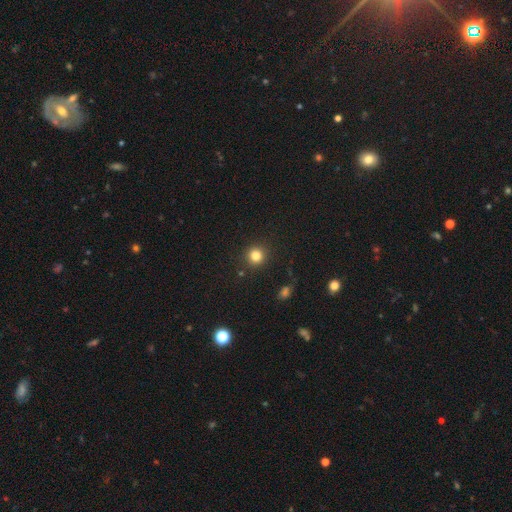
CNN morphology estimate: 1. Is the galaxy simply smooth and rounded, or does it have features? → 81% smooth, 13% star or artifact, 5% featured or disk.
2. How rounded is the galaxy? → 91% round, 8% in between, 1% cigar-shaped.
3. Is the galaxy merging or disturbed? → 89% none, 7% minor disturbance, 2% major disturbance, 2% merger.